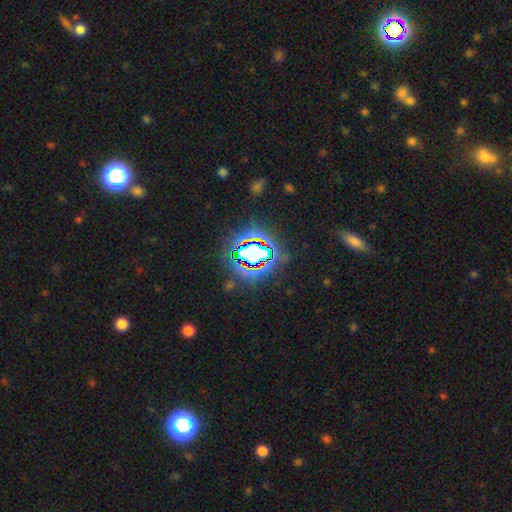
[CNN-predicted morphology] Smooth or featured: star or artifact — 77% (smooth — 13%)